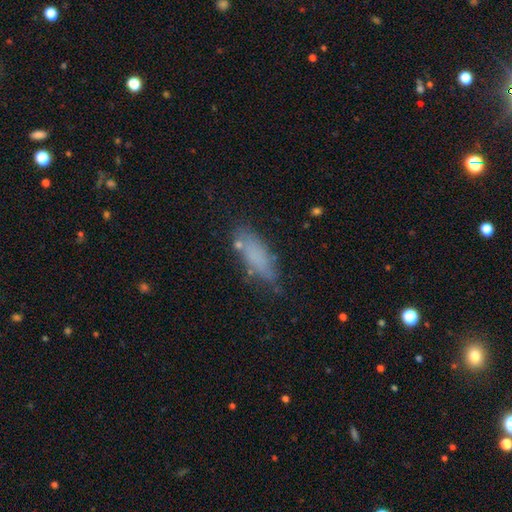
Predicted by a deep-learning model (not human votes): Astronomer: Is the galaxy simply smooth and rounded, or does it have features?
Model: smooth — 70%.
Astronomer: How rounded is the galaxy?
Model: in between — 59% (runner-up: cigar-shaped, 39%).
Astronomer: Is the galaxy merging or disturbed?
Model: none — 62%.